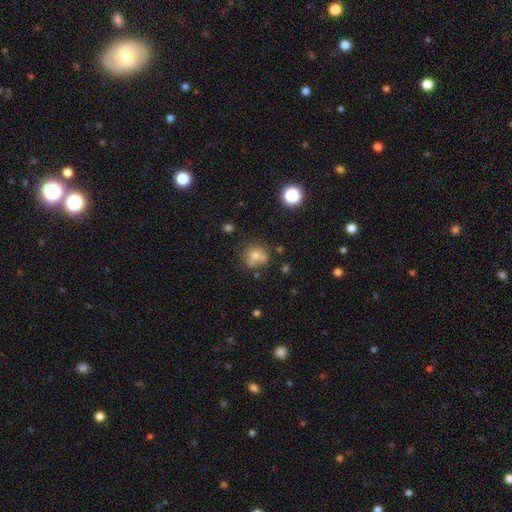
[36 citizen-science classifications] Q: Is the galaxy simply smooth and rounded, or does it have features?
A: smooth — 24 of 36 (67%).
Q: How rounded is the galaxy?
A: in between — 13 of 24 (54%).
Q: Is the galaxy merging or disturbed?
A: none — 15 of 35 (43%).